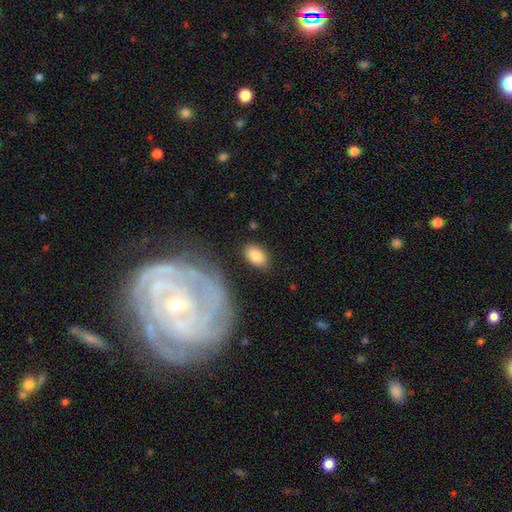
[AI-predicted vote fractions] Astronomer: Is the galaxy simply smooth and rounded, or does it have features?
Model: smooth — 83%.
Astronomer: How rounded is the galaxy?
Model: in between — 91%.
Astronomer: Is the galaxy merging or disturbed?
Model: none — 81%.